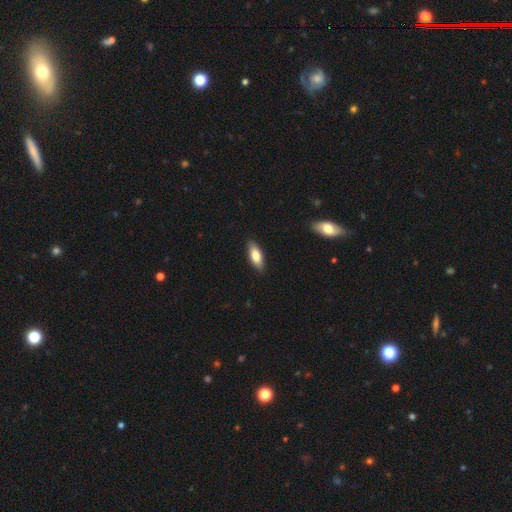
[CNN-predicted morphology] smooth_or_featured: smooth (p=0.78) [alt: featured or disk p=0.16]
how_rounded: in between (p=0.72) [alt: cigar-shaped p=0.25]
merging: none (p=0.87) [alt: minor disturbance p=0.10]